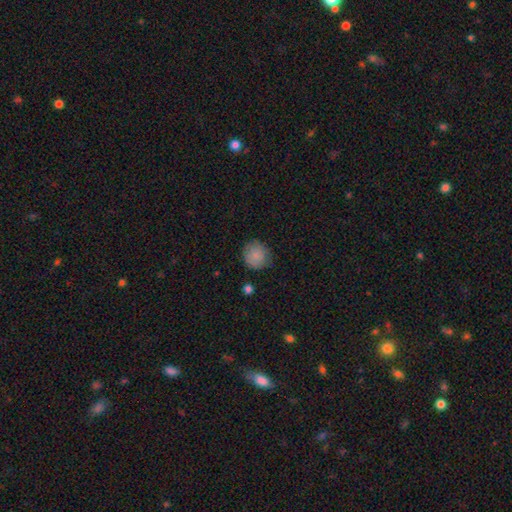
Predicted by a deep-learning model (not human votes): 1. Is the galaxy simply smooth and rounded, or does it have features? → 85% smooth, 8% star or artifact, 8% featured or disk.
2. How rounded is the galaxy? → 87% round, 12% in between, 1% cigar-shaped.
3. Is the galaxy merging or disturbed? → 77% none, 18% minor disturbance, 4% major disturbance, 1% merger.